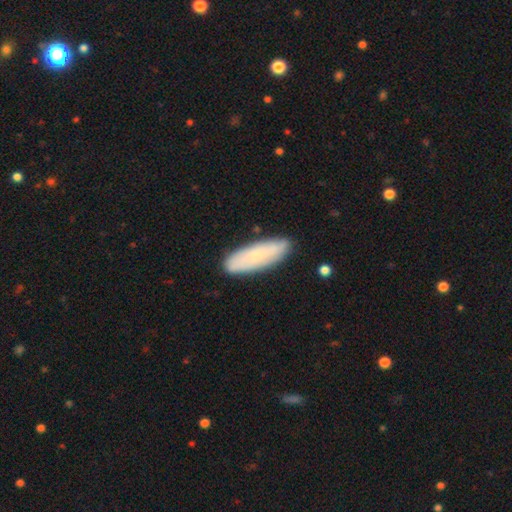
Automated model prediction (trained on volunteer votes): Morphology: type=smooth (69%); roundness=in between (54%); merging=none (84%).